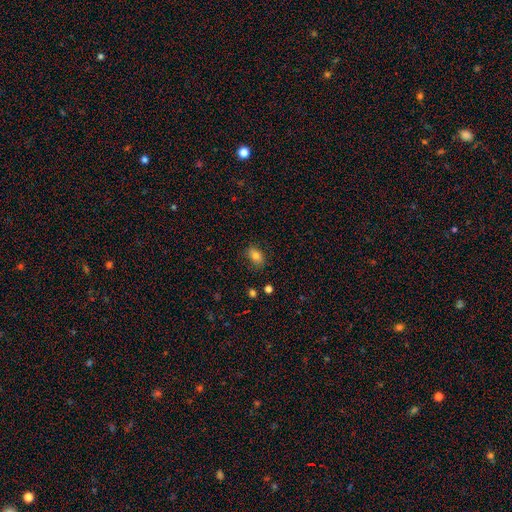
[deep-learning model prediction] smooth-or-featured: smooth: 79% | featured or disk: 11% | star or artifact: 10%
  how-rounded: in between: 84% | round: 14% | cigar-shaped: 2%
  merging: none: 80% | minor disturbance: 15% | major disturbance: 3% | merger: 1%